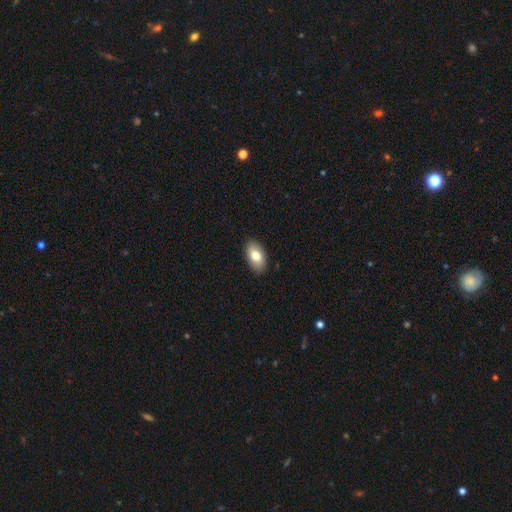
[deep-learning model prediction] Smooth or featured: smooth — 78% (featured or disk — 16%)
How rounded: in between — 93% (round — 4%)
Merging: none — 88% (minor disturbance — 9%)